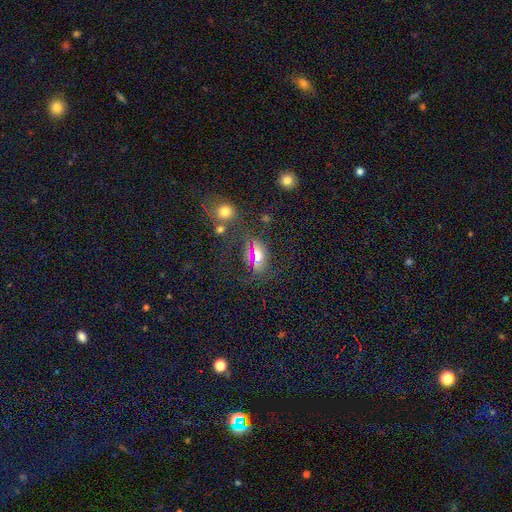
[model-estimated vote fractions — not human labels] Smooth or featured? smooth (51%)
How rounded? in between (71%)
Merging? none (62%)